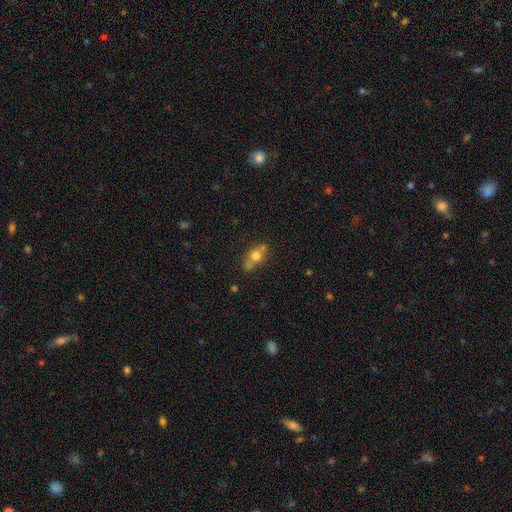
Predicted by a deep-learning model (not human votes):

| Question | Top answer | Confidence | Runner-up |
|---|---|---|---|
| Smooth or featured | smooth | 67% | featured or disk (21%) |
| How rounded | round | 58% | in between (39%) |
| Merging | none | 49% | merger (33%) |